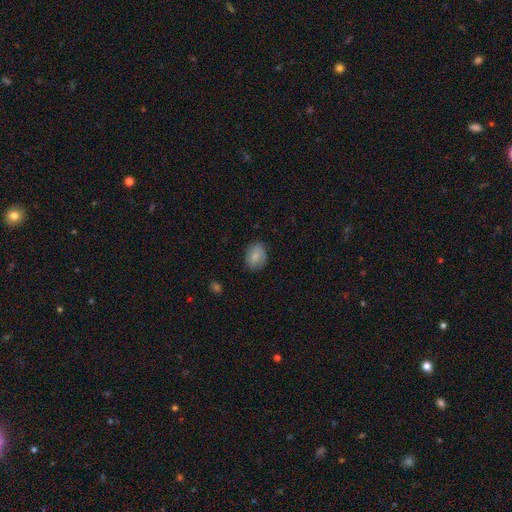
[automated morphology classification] A smooth galaxy with no disk features (81%) that is in between round and cigar-shaped (56%). Merging: none (80%).